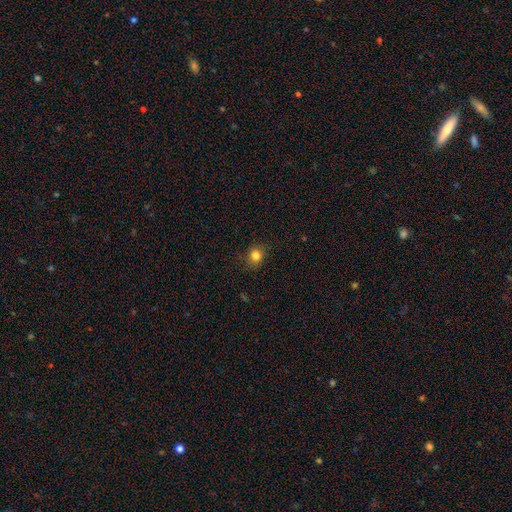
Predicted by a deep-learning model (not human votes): Smooth or featured? Predicted: smooth (p=0.82). How rounded? Predicted: round (p=0.75). Merging? Predicted: none (p=0.86).